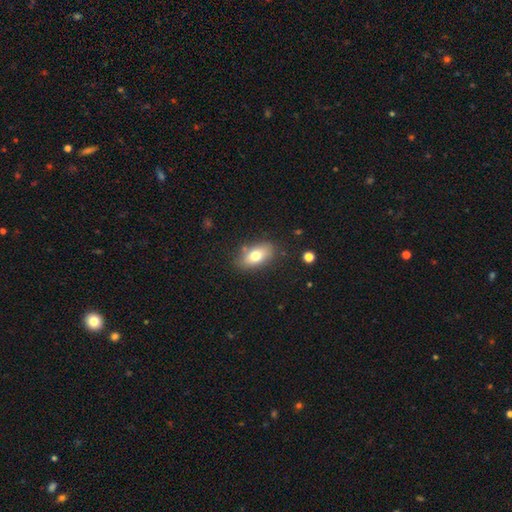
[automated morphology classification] Smooth or featured?
  - smooth: 74% *
  - featured or disk: 18%
  - star or artifact: 8%
How rounded?
  - in between: 88% *
  - round: 7%
  - cigar-shaped: 5%
Merging?
  - none: 80% *
  - minor disturbance: 13%
  - major disturbance: 3%
  - merger: 3%